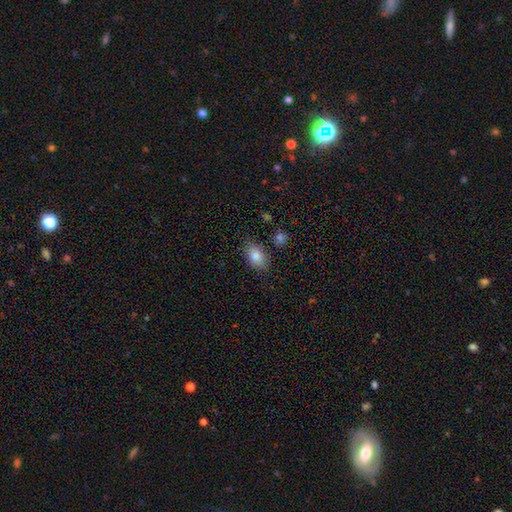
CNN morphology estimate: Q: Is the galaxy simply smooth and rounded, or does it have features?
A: smooth — 82%.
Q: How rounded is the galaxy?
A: in between — 86%.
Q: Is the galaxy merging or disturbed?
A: none — 83%.